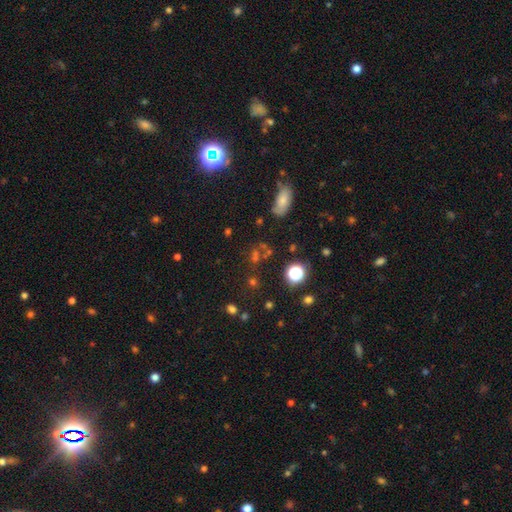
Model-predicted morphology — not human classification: A star or artifact, not a galaxy (51%).

Vote fractions:
- Smooth or featured? star or artifact: 51% / smooth: 38% / featured or disk: 12%